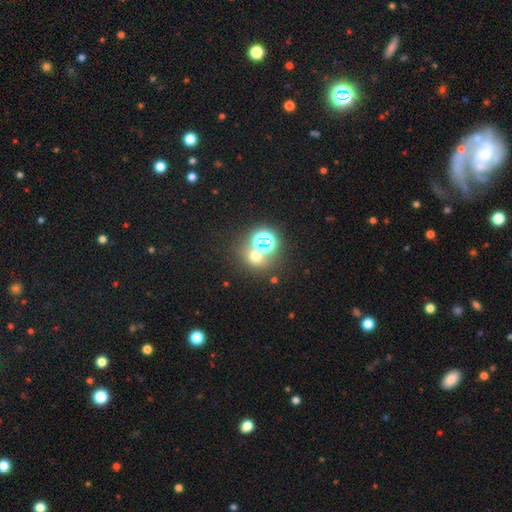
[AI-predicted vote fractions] Morphology: type=smooth (49%); merging=none (62%).